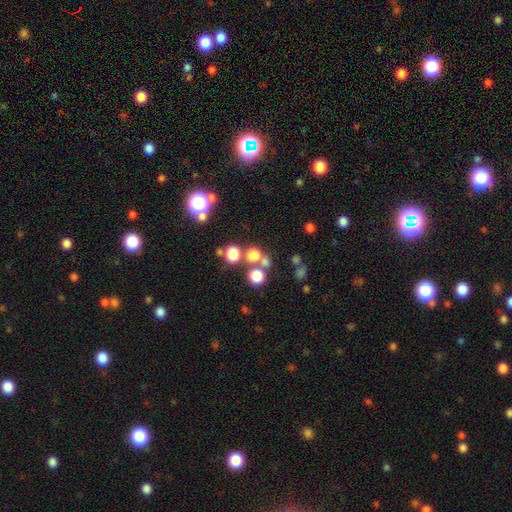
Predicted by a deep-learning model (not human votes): A smooth galaxy with no disk features (66%) that is round (86%). Merging: none (58%).